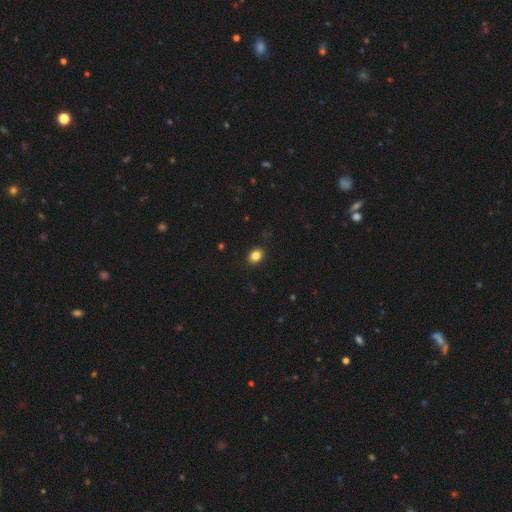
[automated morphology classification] A smooth galaxy with no disk features (85%) that is in between round and cigar-shaped (62%).

Vote fractions:
- Smooth or featured? smooth: 85% / star or artifact: 10% / featured or disk: 5%
- How rounded? in between: 62% / round: 37% / cigar-shaped: 1%
- Merging? none: 89% / minor disturbance: 8% / major disturbance: 2% / merger: 1%